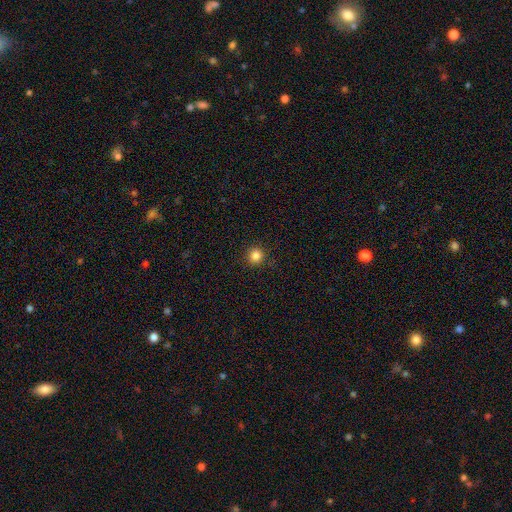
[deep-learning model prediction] Smooth or featured? smooth (84%)
How rounded? round (95%)
Merging? none (92%)